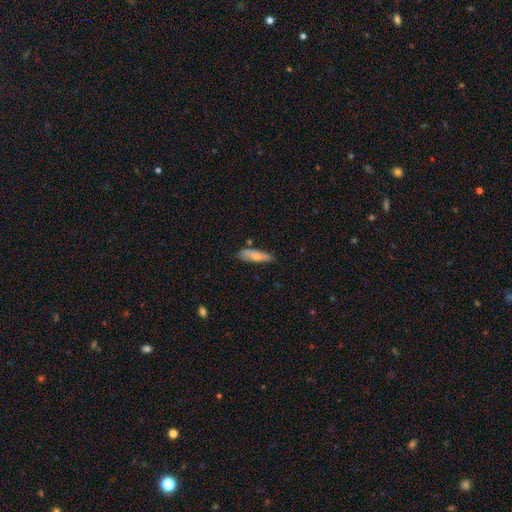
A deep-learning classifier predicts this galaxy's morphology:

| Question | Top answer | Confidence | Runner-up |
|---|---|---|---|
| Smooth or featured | smooth | 67% | featured or disk (27%) |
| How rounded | cigar-shaped | 62% | in between (36%) |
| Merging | none | 74% | minor disturbance (18%) |